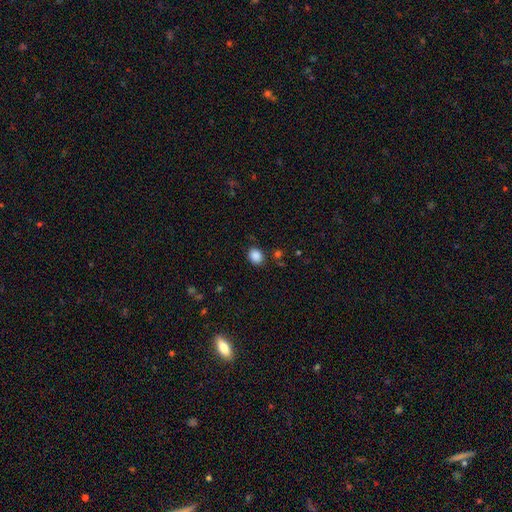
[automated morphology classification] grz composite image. It shows a smooth galaxy with no disk features (87%) that is round (51%). Merging: none (83%).